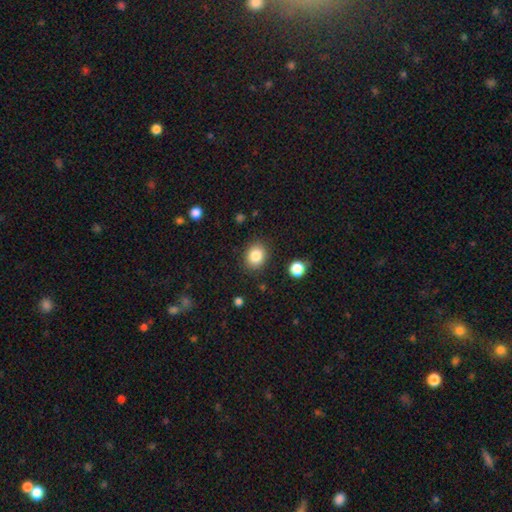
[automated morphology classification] Q: Smooth or featured?
A: smooth (85%); runner-up: star or artifact (10%)
Q: How rounded?
A: round (63%); runner-up: in between (36%)
Q: Merging?
A: none (87%); runner-up: minor disturbance (9%)